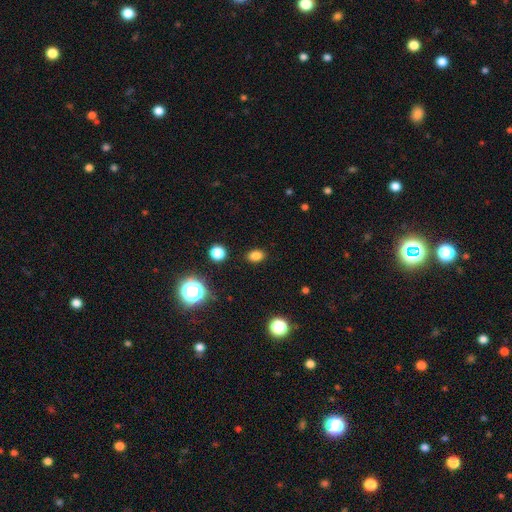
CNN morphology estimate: Smooth or featured: smooth — 81% (star or artifact — 15%)
How rounded: in between — 77% (round — 21%)
Merging: none — 89% (minor disturbance — 8%)